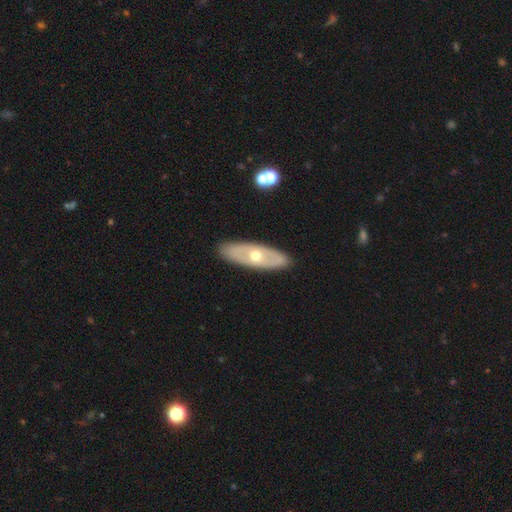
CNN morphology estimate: This appears to be a featured or disk galaxy (58%). Merging: none (89%).